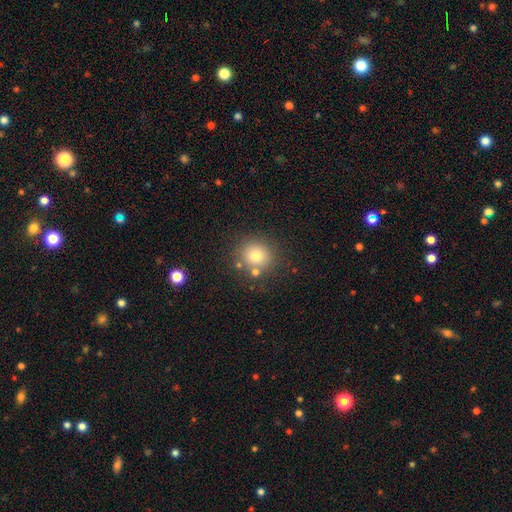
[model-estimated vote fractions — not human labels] A smooth galaxy with no disk features (75%) that is round (90%).

Vote fractions:
- Smooth or featured? smooth: 75% / star or artifact: 14% / featured or disk: 11%
- How rounded? round: 90% / in between: 9% / cigar-shaped: 1%
- Merging? none: 79% / minor disturbance: 10% / merger: 8% / major disturbance: 3%